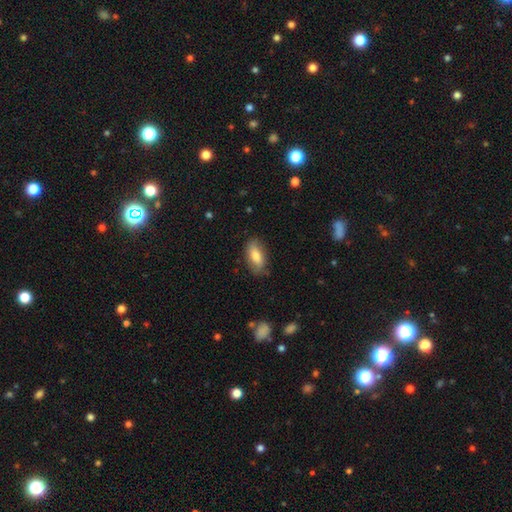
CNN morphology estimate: Q: Smooth or featured?
A: smooth (79%); runner-up: featured or disk (14%)
Q: How rounded?
A: in between (87%); runner-up: cigar-shaped (10%)
Q: Merging?
A: none (78%); runner-up: minor disturbance (17%)